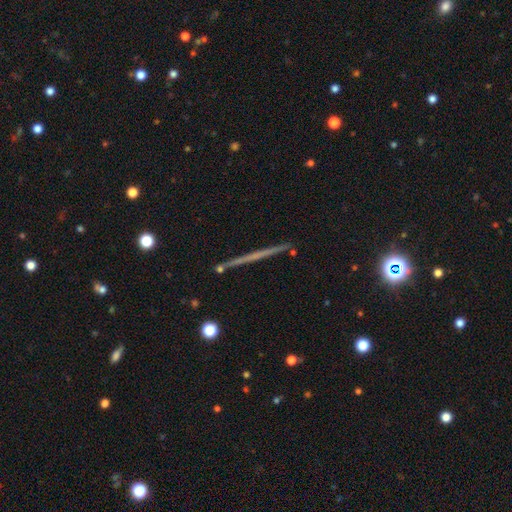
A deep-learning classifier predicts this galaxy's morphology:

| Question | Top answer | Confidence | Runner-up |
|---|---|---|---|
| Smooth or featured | featured or disk | 65% | smooth (25%) |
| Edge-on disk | yes | 98% | no (2%) |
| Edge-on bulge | none | 81% | rounded (14%) |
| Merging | none | 90% | minor disturbance (6%) |